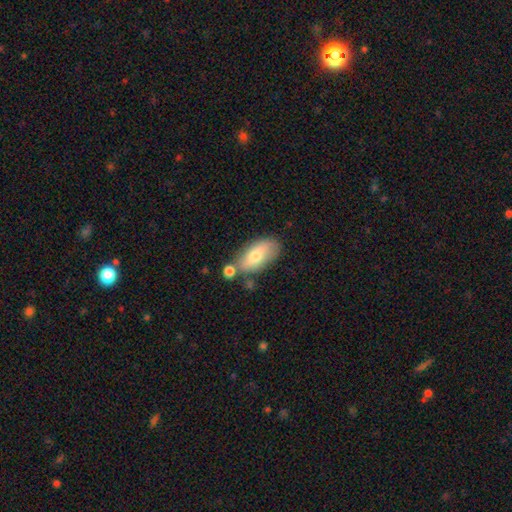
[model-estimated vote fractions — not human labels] A smooth galaxy with no disk features (70%) that is in between round and cigar-shaped (89%).

Vote fractions:
- Smooth or featured? smooth: 70% / featured or disk: 23% / star or artifact: 7%
- How rounded? in between: 89% / cigar-shaped: 7% / round: 4%
- Merging? none: 65% / minor disturbance: 17% / merger: 13% / major disturbance: 5%